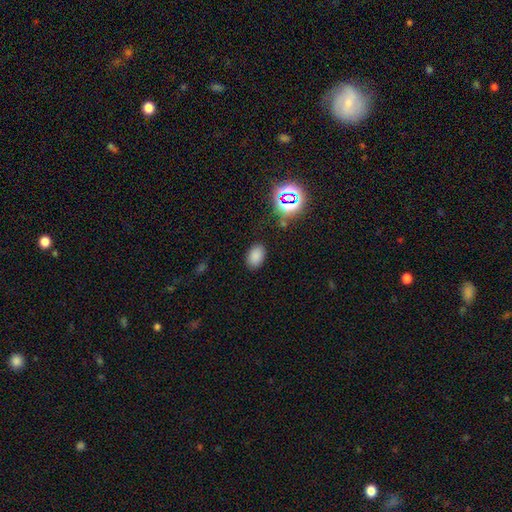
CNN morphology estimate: This appears to be a smooth galaxy with no disk features (81%) that is in between round and cigar-shaped (86%). Merging: none (85%).